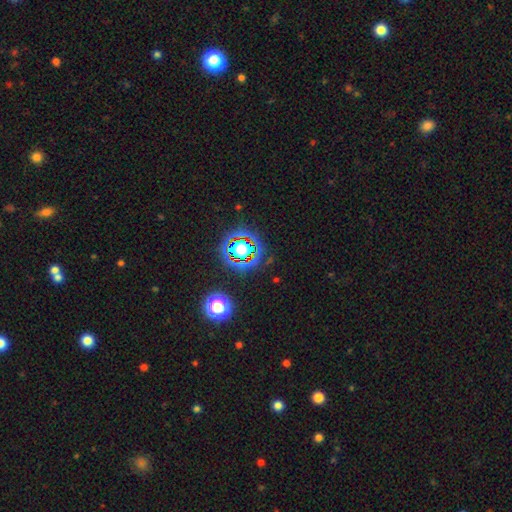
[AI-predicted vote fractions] Q: Smooth or featured?
A: star or artifact (80%); runner-up: smooth (13%)